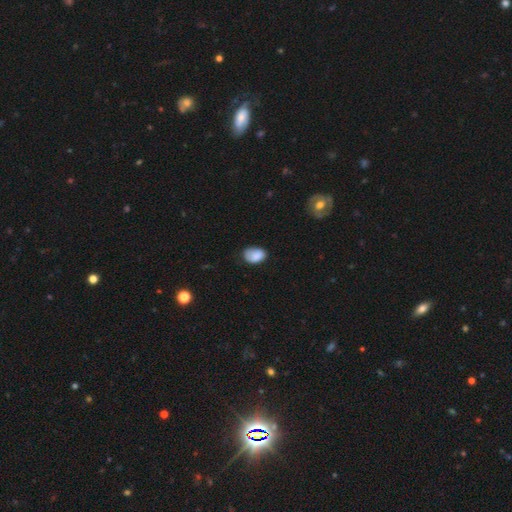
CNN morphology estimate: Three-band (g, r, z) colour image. It shows a smooth galaxy with no disk features (84%) that is in between round and cigar-shaped (83%). Merging: none (63%).